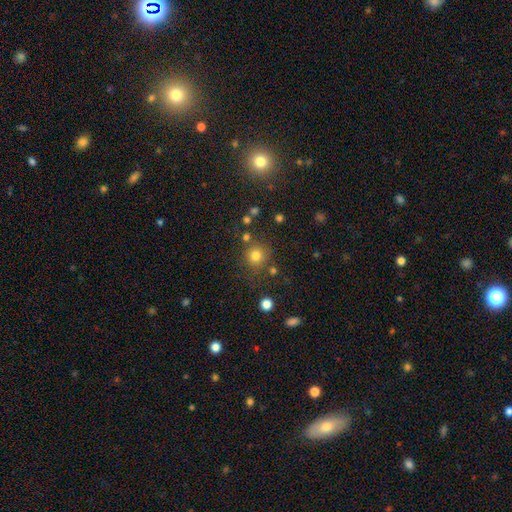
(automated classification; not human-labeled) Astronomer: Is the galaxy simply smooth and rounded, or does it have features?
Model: smooth — 78%.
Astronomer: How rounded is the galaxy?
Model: round — 92%.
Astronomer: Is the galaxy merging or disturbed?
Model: none — 78%.